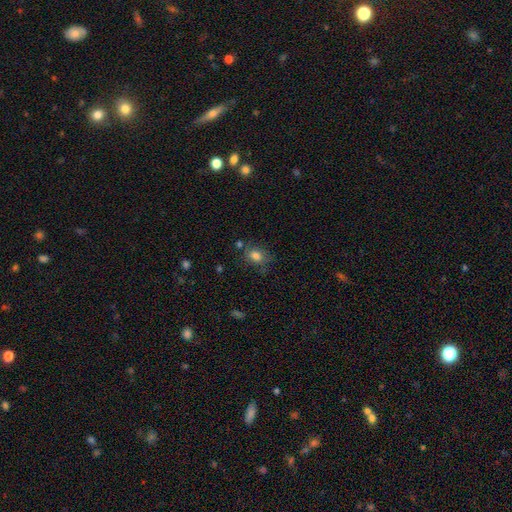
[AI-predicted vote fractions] The model was most divided on "how rounded": in between: 62%, round: 37%, cigar-shaped: 1%. More confident: smooth or featured — smooth (80%); merging — none (68%).